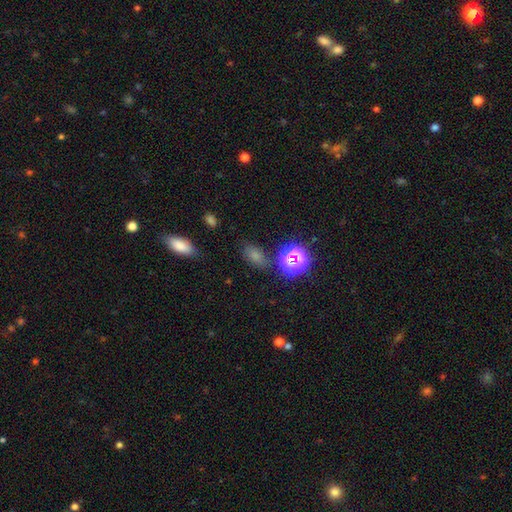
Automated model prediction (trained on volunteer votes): Q: Smooth or featured?
A: smooth (66%); runner-up: star or artifact (25%)
Q: How rounded?
A: in between (81%); runner-up: round (17%)
Q: Merging?
A: none (73%); runner-up: minor disturbance (16%)